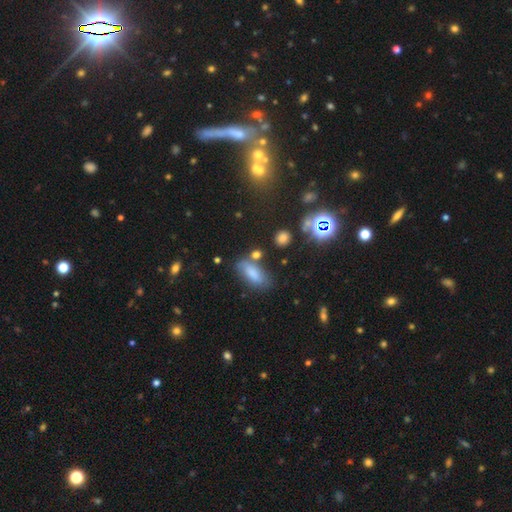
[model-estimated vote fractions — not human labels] A smooth galaxy with no disk features (67%) that is in between round and cigar-shaped (74%). Merging: none (68%).